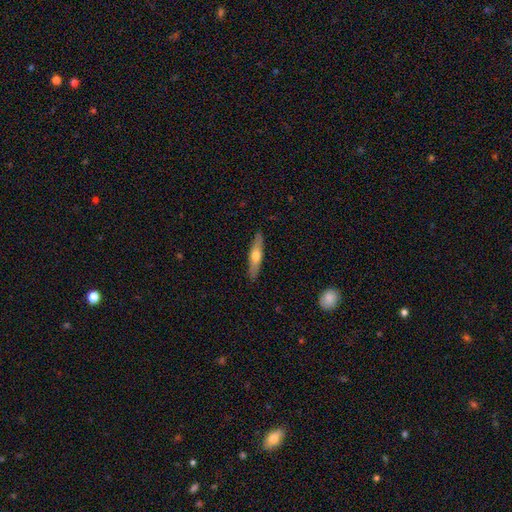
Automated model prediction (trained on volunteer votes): This is possibly a featured or disk galaxy (48%). Merging: clearly none (89%).